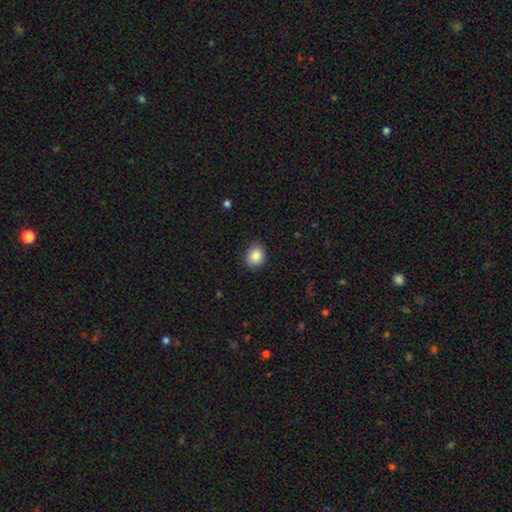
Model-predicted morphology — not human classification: Smooth or featured? smooth (87%)
How rounded? round (62%)
Merging? none (86%)